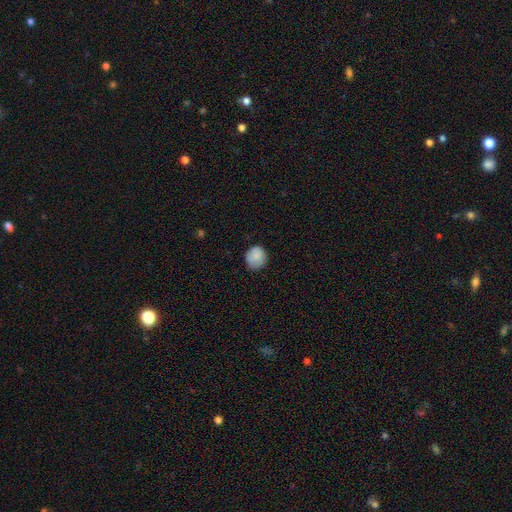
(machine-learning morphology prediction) smooth_or_featured: smooth (p=0.86) [alt: star or artifact p=0.08]
how_rounded: round (p=0.84) [alt: in between p=0.15]
merging: none (p=0.78) [alt: minor disturbance p=0.17]